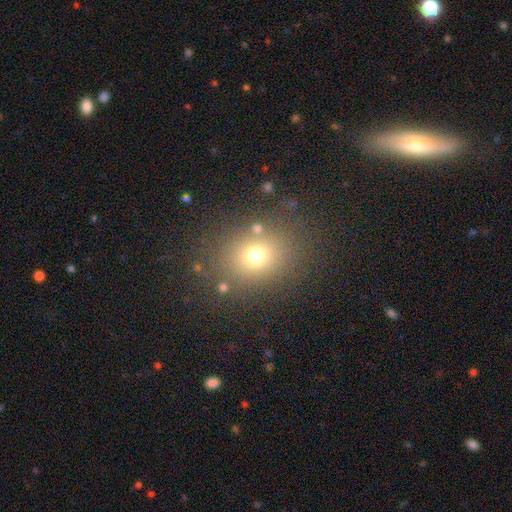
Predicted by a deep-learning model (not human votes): Q: Smooth or featured?
A: smooth (69%); runner-up: star or artifact (19%)
Q: How rounded?
A: round (54%); runner-up: in between (45%)
Q: Merging?
A: none (81%); runner-up: minor disturbance (10%)